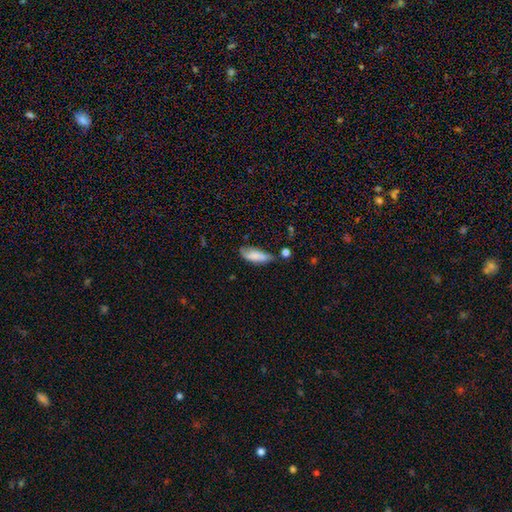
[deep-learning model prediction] Q: Smooth or featured?
A: smooth (72%); runner-up: featured or disk (20%)
Q: How rounded?
A: in between (73%); runner-up: cigar-shaped (25%)
Q: Merging?
A: none (43%); runner-up: minor disturbance (34%)